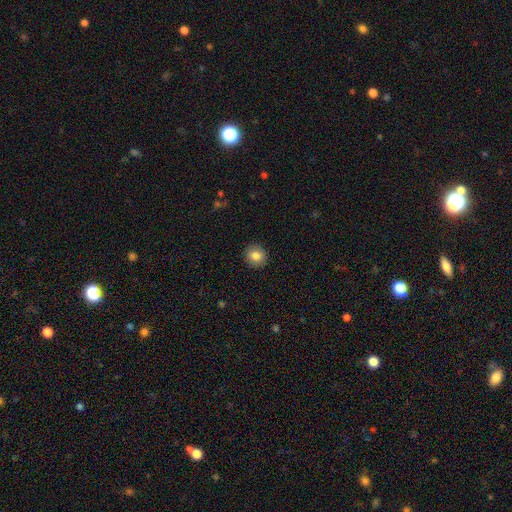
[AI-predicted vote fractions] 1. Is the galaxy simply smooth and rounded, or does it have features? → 84% smooth, 9% star or artifact, 7% featured or disk.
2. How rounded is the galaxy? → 86% round, 13% in between, 1% cigar-shaped.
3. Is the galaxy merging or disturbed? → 91% none, 6% minor disturbance, 2% major disturbance, 1% merger.